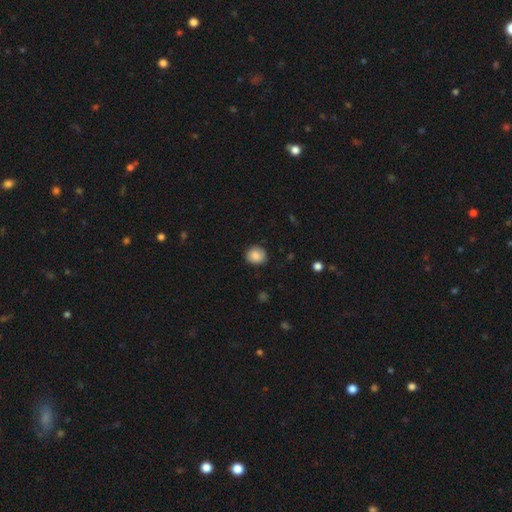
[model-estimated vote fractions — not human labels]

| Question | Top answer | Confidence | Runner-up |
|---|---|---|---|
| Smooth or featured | smooth | 86% | star or artifact (8%) |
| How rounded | round | 76% | in between (23%) |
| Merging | none | 83% | minor disturbance (13%) |